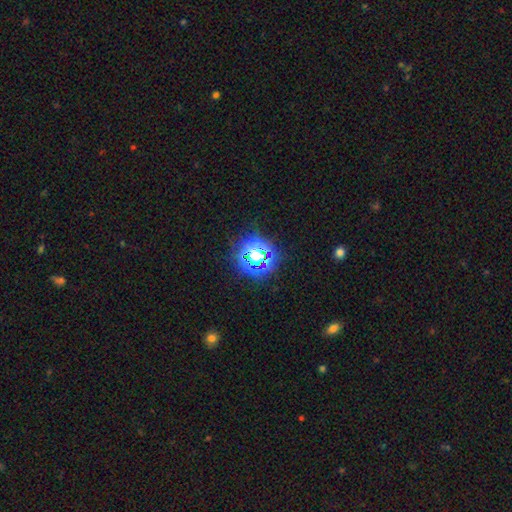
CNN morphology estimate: A star or artifact, not a galaxy (62%).

Vote fractions:
- Smooth or featured? star or artifact: 62% / smooth: 27% / featured or disk: 11%